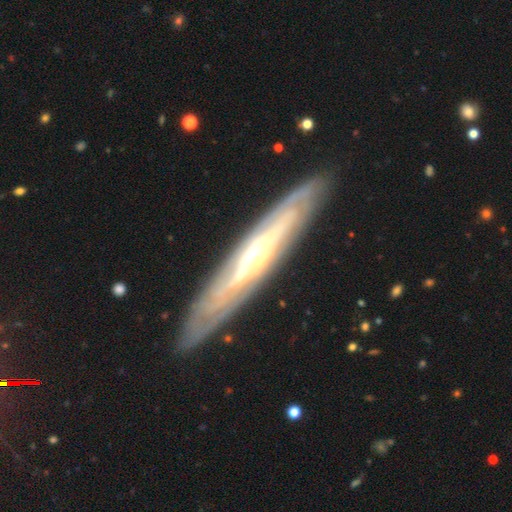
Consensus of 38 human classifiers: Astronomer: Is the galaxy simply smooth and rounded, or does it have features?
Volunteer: featured or disk — 87%.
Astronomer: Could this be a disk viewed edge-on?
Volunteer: yes — 73%.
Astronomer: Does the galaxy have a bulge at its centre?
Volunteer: rounded — 79%.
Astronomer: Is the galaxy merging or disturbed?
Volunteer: none — 86%.